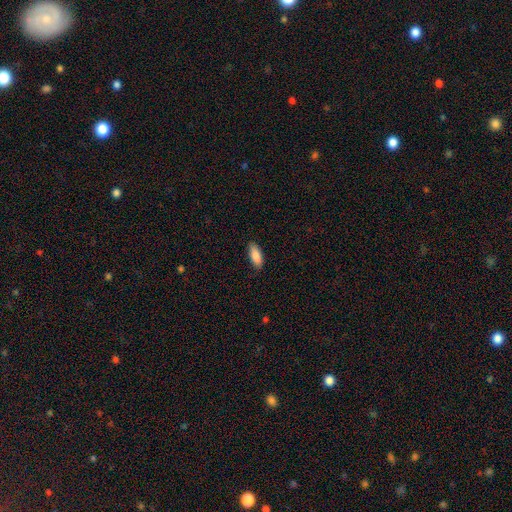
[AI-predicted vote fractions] Smooth or featured: smooth — 88% (star or artifact — 6%)
How rounded: in between — 79% (cigar-shaped — 20%)
Merging: none — 86% (minor disturbance — 11%)